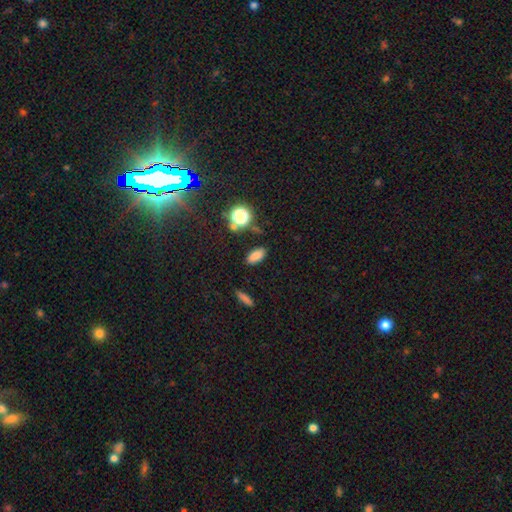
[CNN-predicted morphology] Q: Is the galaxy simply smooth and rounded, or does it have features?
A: smooth — 80%.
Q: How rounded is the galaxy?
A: in between — 84%.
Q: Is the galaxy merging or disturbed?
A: none — 84%.